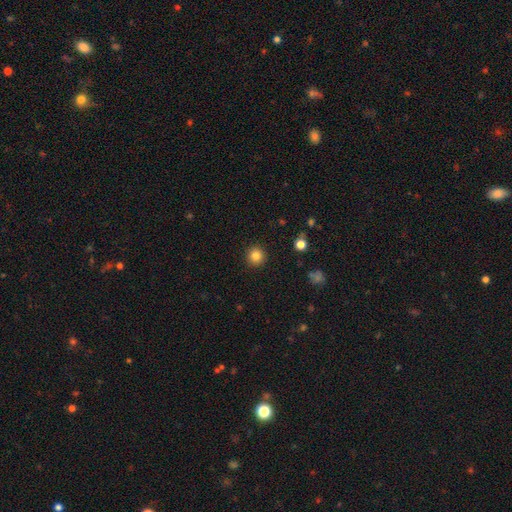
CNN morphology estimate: This appears to be a smooth galaxy with no disk features (83%) that is round (95%). Merging: none (92%).